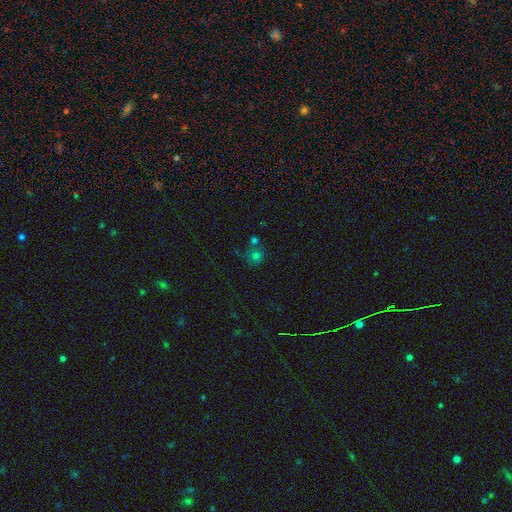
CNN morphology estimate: The model was most divided on "merging": none: 58%, merger: 26%, minor disturbance: 11%, major disturbance: 5%. More confident: how rounded — round (88%); smooth or featured — smooth (69%).